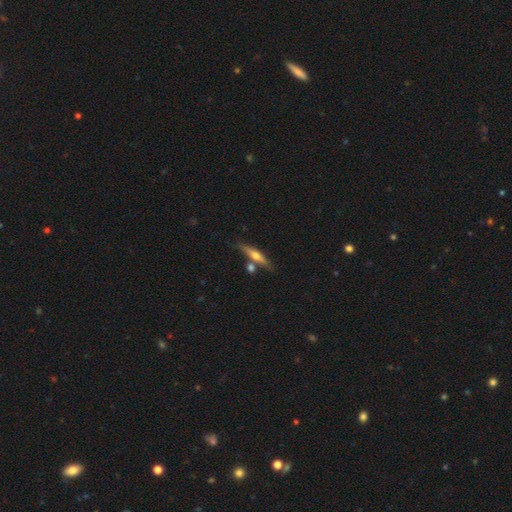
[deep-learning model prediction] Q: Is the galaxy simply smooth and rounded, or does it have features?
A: featured or disk — 55%.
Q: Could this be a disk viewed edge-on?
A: yes — 93%.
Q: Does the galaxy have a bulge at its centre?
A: rounded — 89%.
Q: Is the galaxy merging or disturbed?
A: none — 72%.